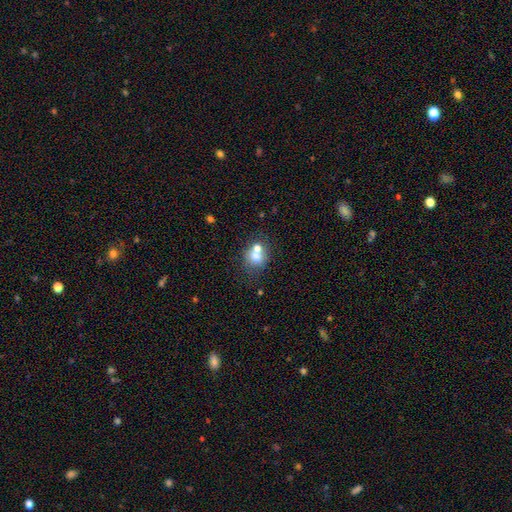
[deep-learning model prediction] A smooth galaxy with no disk features (69%) that is round (69%).

Vote fractions:
- Smooth or featured? smooth: 69% / featured or disk: 19% / star or artifact: 13%
- How rounded? round: 69% / in between: 30% / cigar-shaped: 1%
- Merging? merger: 43% / none: 42% / minor disturbance: 10% / major disturbance: 5%